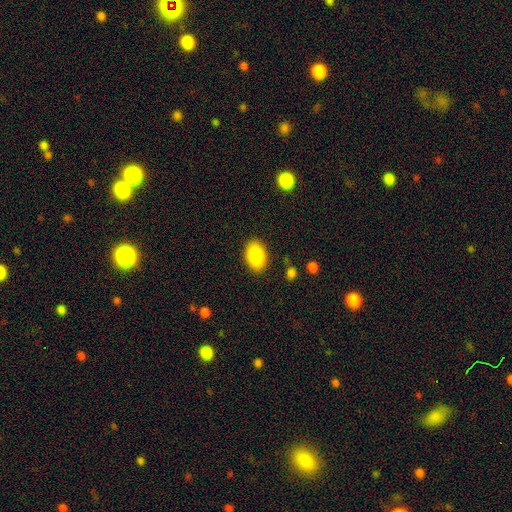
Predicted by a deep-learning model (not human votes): Smooth or featured?
  - smooth: 85% *
  - featured or disk: 8%
  - star or artifact: 7%
How rounded?
  - in between: 87% *
  - round: 12%
  - cigar-shaped: 1%
Merging?
  - none: 87% *
  - minor disturbance: 9%
  - major disturbance: 3%
  - merger: 1%